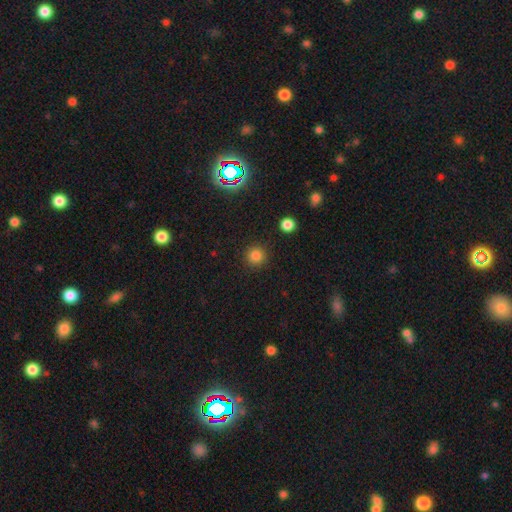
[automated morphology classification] Overall: smooth (81%). How rounded: round (95%). Merging: none (91%).